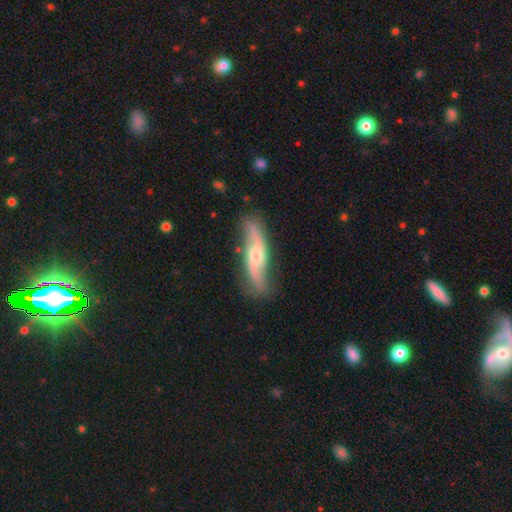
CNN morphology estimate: This appears to be a featured or disk galaxy (80%) with no bar (51%), 2 (91%) loose (74%) spiral arms (94%) and a moderate central bulge (58%). Merging: none (75%).